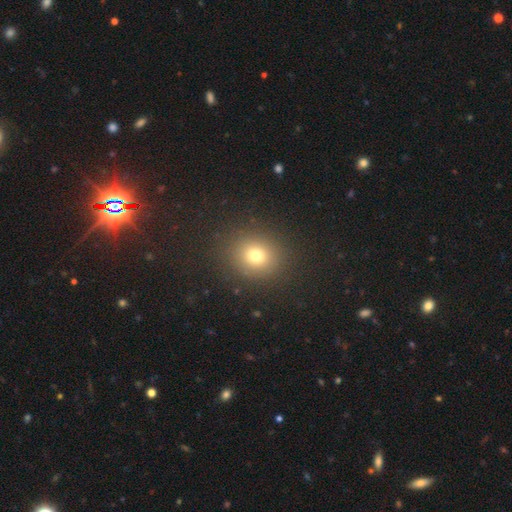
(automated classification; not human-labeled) The model was most divided on "smooth or featured": smooth: 74%, star or artifact: 17%, featured or disk: 9%. More confident: merging — none (89%); how rounded — round (80%).